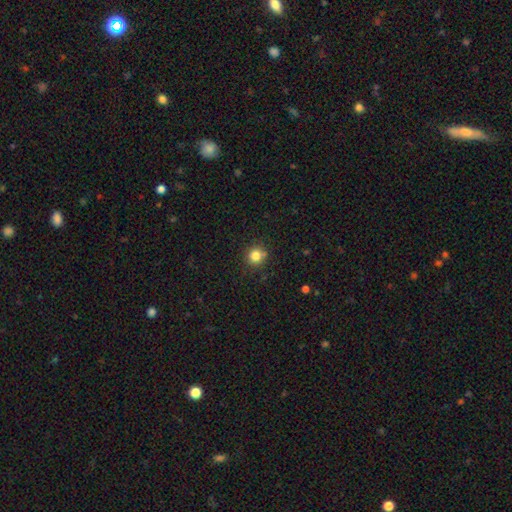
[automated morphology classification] smooth-or-featured: smooth: 82% | star or artifact: 12% | featured or disk: 5%
  how-rounded: round: 90% | in between: 9% | cigar-shaped: 1%
  merging: none: 82% | minor disturbance: 11% | merger: 4% | major disturbance: 3%